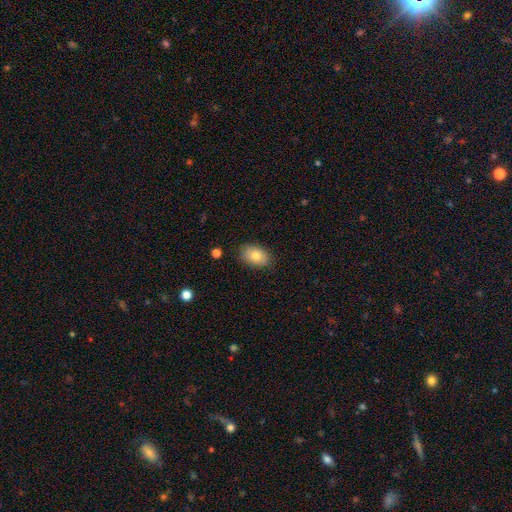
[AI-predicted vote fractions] A smooth galaxy with no disk features (80%) that is in between round and cigar-shaped (86%).

Vote fractions:
- Smooth or featured? smooth: 80% / featured or disk: 12% / star or artifact: 8%
- How rounded? in between: 86% / round: 13% / cigar-shaped: 1%
- Merging? none: 85% / minor disturbance: 12% / major disturbance: 3% / merger: 1%